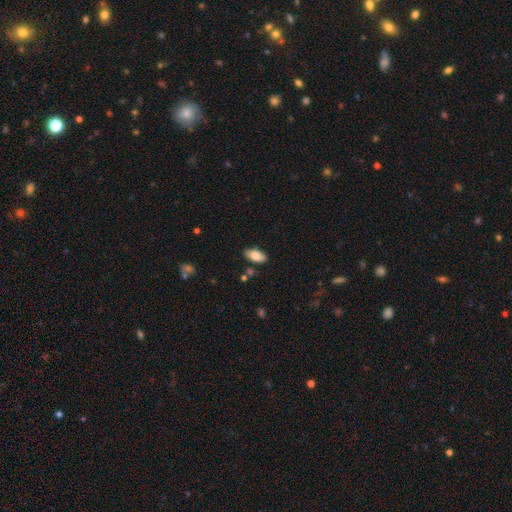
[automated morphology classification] smooth 81%, featured or disk 12%, star or artifact 7%. Down the decision tree: how rounded — in between (90%); merging — none (83%).